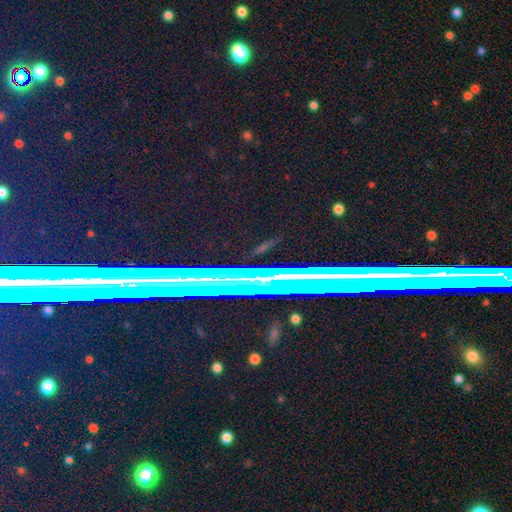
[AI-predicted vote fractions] This appears to be a star or artifact, not a galaxy (68%).